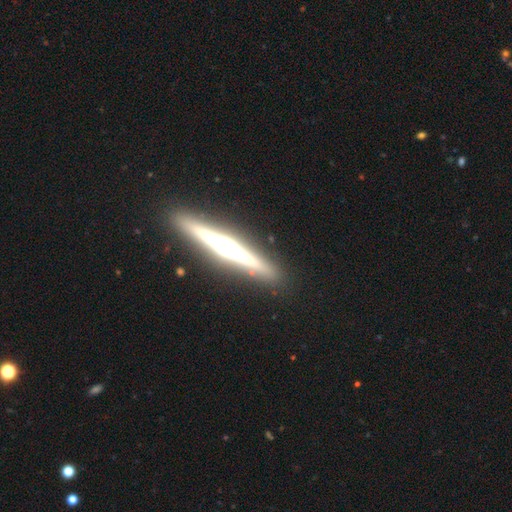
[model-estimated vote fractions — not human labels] Q: Smooth or featured?
A: featured or disk (76%); runner-up: smooth (18%)
Q: Edge-on disk?
A: yes (97%); runner-up: no (3%)
Q: Edge-on bulge?
A: rounded (60%); runner-up: boxy (23%)
Q: Merging?
A: none (91%); runner-up: minor disturbance (6%)